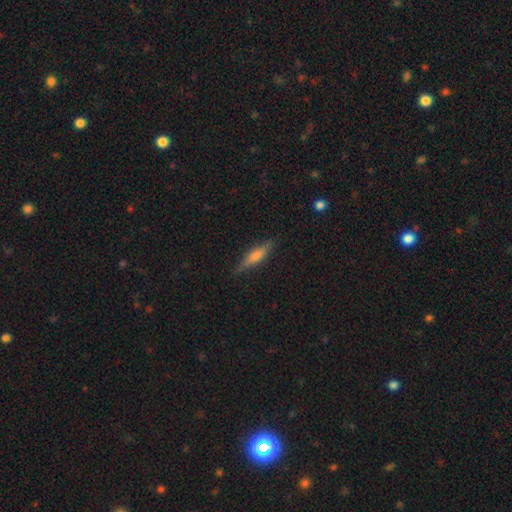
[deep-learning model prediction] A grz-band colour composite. It shows a smooth galaxy with no disk features (48%). Merging: none (86%).